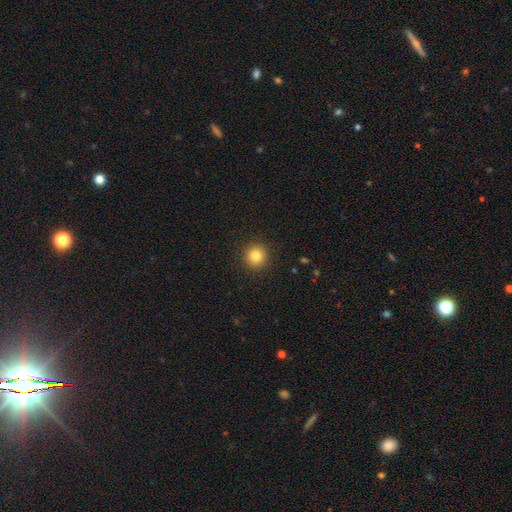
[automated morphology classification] Smooth or featured? smooth (83%)
How rounded? round (94%)
Merging? none (92%)